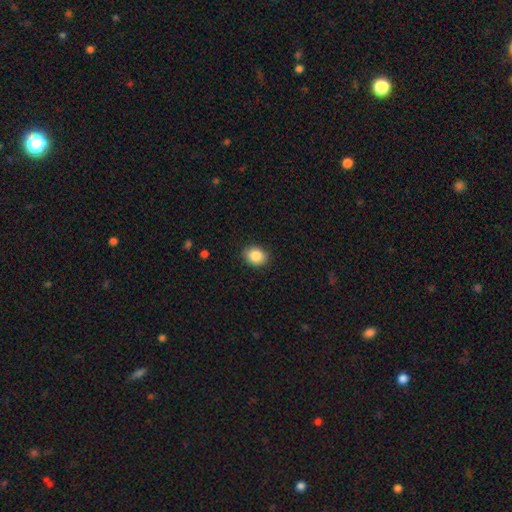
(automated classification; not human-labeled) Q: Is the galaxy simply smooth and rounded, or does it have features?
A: smooth — 86%.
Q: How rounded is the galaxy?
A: in between — 56%.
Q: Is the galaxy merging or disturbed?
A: none — 89%.